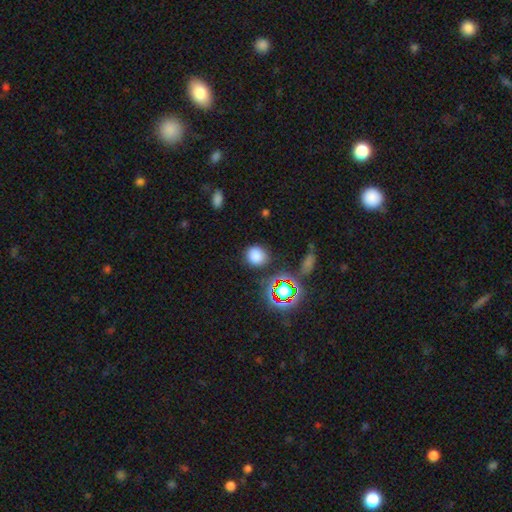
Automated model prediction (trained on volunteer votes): A smooth galaxy with no disk features (76%) that is round (78%).

Vote fractions:
- Smooth or featured? smooth: 76% / star or artifact: 18% / featured or disk: 6%
- How rounded? round: 78% / in between: 21% / cigar-shaped: 1%
- Merging? none: 82% / minor disturbance: 11% / major disturbance: 4% / merger: 3%